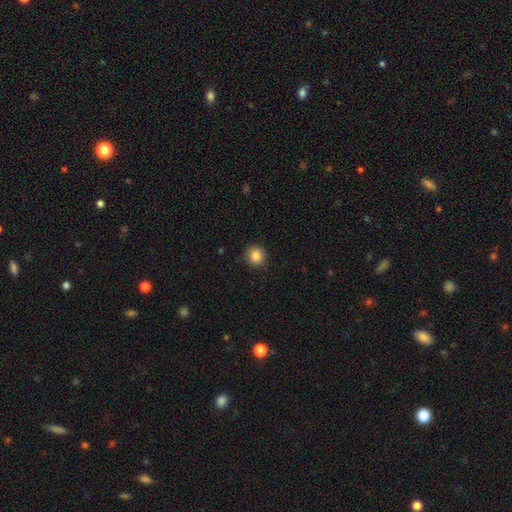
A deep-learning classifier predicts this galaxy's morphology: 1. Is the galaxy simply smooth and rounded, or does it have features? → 86% smooth, 10% star or artifact, 4% featured or disk.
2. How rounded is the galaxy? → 89% round, 10% in between, 1% cigar-shaped.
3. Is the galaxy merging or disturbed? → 89% none, 7% minor disturbance, 2% major disturbance, 1% merger.